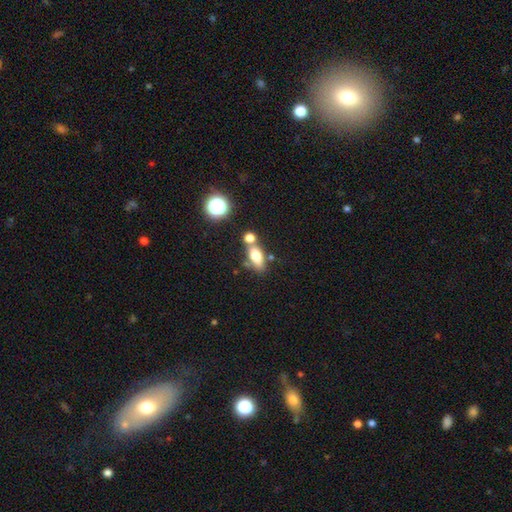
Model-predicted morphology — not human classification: Smooth or featured? smooth (70%)
How rounded? in between (73%)
Merging? none (54%)